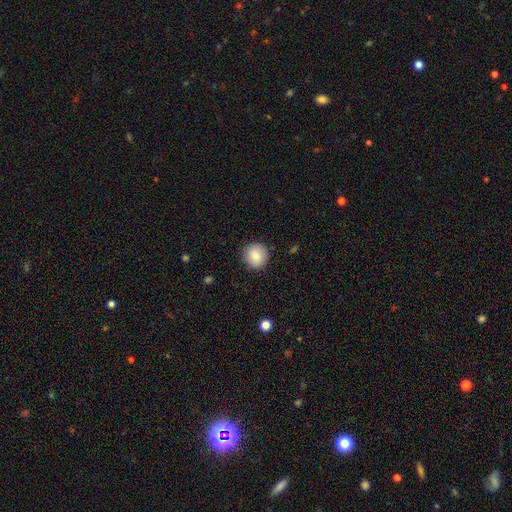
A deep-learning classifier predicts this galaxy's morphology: Smooth or featured? smooth (85%)
How rounded? round (92%)
Merging? none (90%)